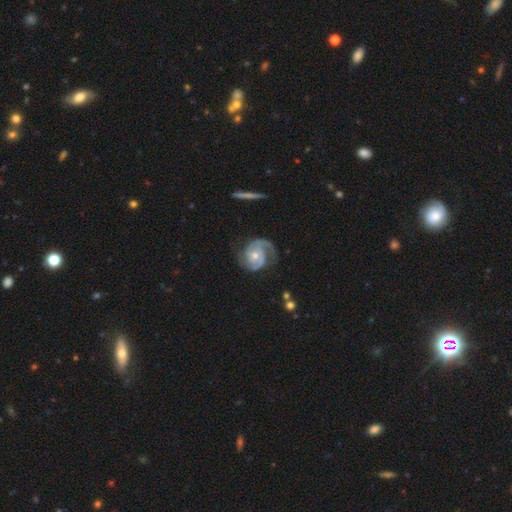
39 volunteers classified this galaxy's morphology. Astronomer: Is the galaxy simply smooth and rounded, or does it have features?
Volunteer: featured or disk — 100%.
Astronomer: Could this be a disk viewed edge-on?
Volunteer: no — 100%.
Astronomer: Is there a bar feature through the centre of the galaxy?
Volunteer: no — 69%.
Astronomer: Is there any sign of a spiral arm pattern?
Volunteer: yes — 100%.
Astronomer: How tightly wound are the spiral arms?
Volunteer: medium — 51% (runner-up: tight, 36%).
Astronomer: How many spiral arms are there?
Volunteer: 2 — 92%.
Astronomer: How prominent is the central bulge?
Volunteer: moderate — 56% (runner-up: small, 44%).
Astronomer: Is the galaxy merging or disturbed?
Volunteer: none — 56%.